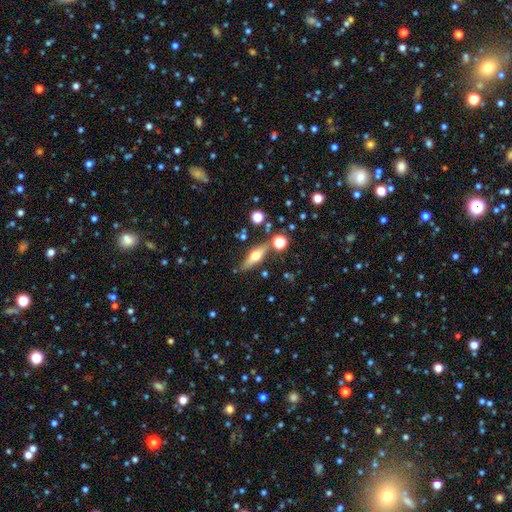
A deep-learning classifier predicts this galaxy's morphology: featured or disk 49%, smooth 42%, star or artifact 9%. Down the decision tree: merging — none (74%).